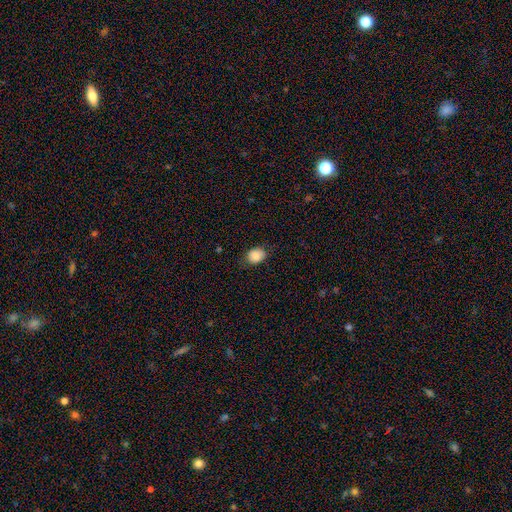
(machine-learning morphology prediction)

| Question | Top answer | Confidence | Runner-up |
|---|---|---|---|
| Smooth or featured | smooth | 88% | star or artifact (8%) |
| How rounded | in between | 58% | round (41%) |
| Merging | none | 79% | minor disturbance (16%) |